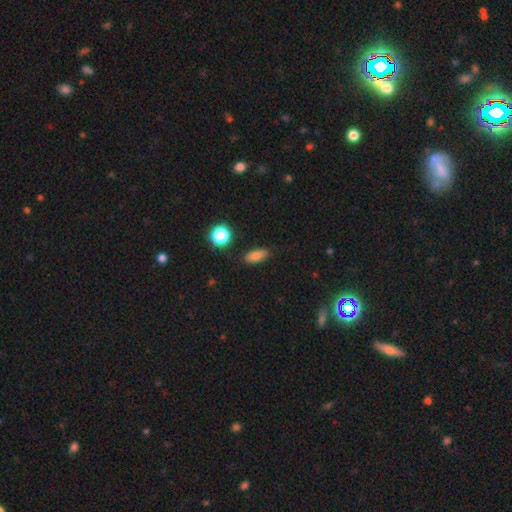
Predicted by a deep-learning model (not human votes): This appears to be a smooth galaxy with no disk features (79%) that is in between round and cigar-shaped (79%). Merging: none (85%).